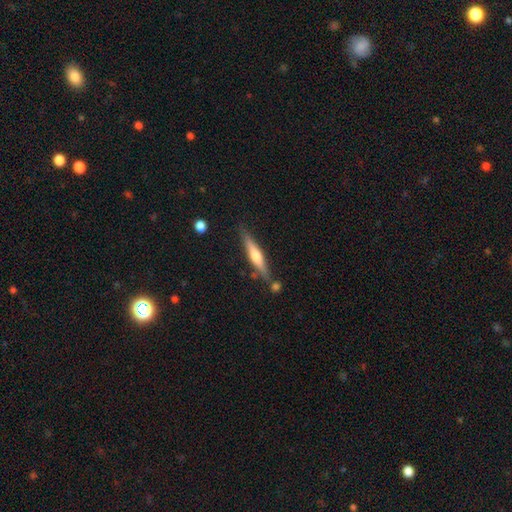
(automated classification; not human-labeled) Q: Smooth or featured?
A: featured or disk (56%); runner-up: smooth (38%)
Q: Edge-on disk?
A: yes (95%); runner-up: no (5%)
Q: Edge-on bulge?
A: rounded (81%); runner-up: none (10%)
Q: Merging?
A: none (77%); runner-up: minor disturbance (13%)